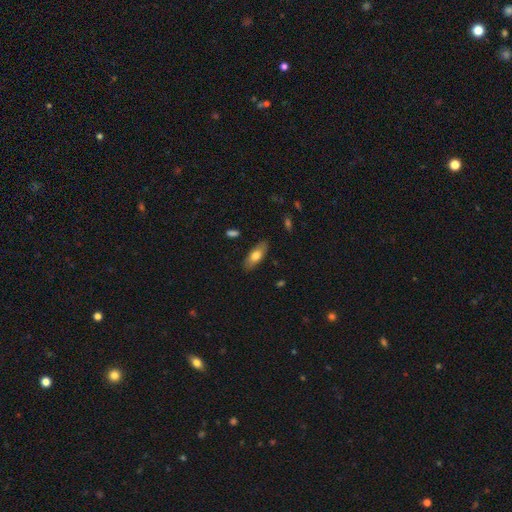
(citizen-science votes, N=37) A smooth galaxy with no disk features (78%) that is in between round and cigar-shaped (72%). Merging: none (91%).